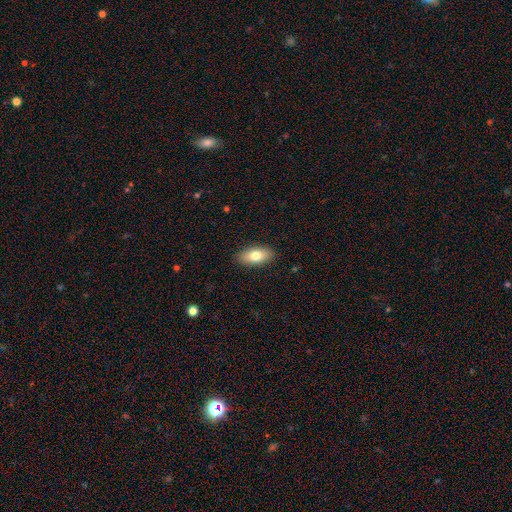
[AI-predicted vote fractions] Q: Smooth or featured?
A: smooth (78%); runner-up: featured or disk (15%)
Q: How rounded?
A: in between (90%); runner-up: cigar-shaped (7%)
Q: Merging?
A: none (89%); runner-up: minor disturbance (8%)